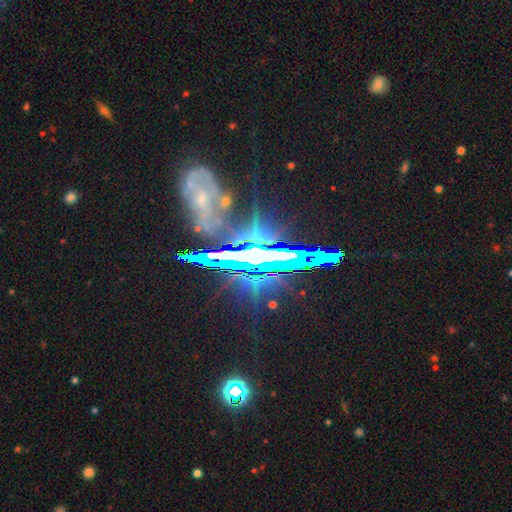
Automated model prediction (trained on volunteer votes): A star or artifact, not a galaxy (74%).